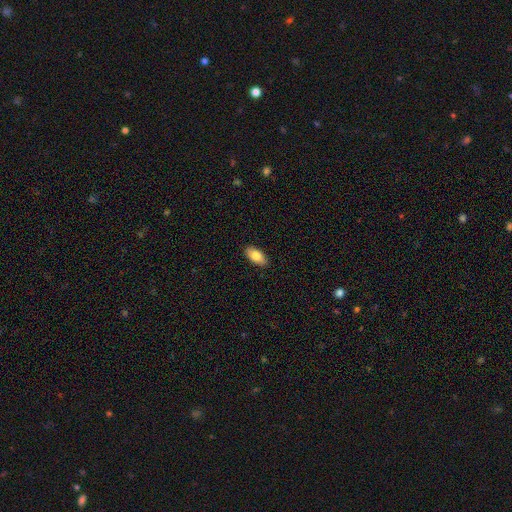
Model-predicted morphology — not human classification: A smooth galaxy with no disk features (82%) that is in between round and cigar-shaped (92%).

Vote fractions:
- Smooth or featured? smooth: 82% / featured or disk: 12% / star or artifact: 6%
- How rounded? in between: 92% / cigar-shaped: 5% / round: 3%
- Merging? none: 89% / minor disturbance: 9% / major disturbance: 2% / merger: 1%